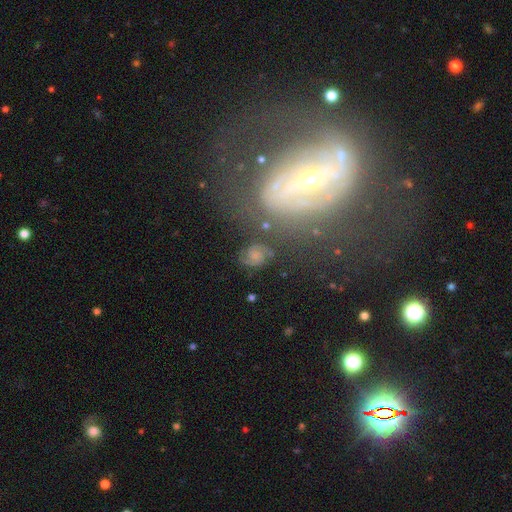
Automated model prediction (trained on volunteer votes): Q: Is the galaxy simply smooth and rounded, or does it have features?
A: featured or disk — 70%.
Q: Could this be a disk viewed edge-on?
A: no — 98%.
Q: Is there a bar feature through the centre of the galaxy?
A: no — 63%.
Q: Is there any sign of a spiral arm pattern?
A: yes — 95%.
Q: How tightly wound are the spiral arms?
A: medium — 50%.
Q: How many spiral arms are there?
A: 2 — 84%.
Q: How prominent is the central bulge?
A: small — 37%.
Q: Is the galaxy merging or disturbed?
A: none — 69%.